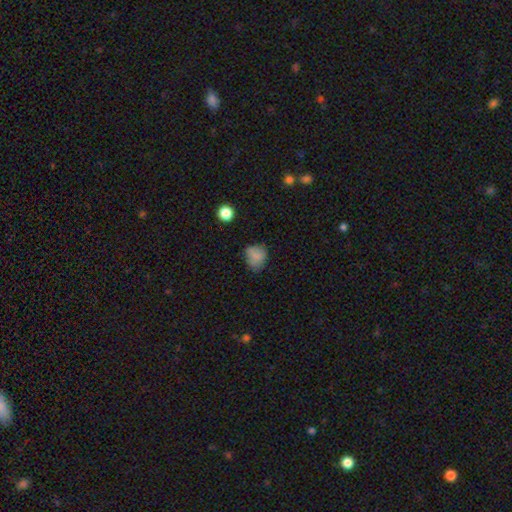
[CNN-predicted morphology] The model was most divided on "how rounded": round: 56%, in between: 43%, cigar-shaped: 1%. More confident: smooth or featured — smooth (79%); merging — none (53%).